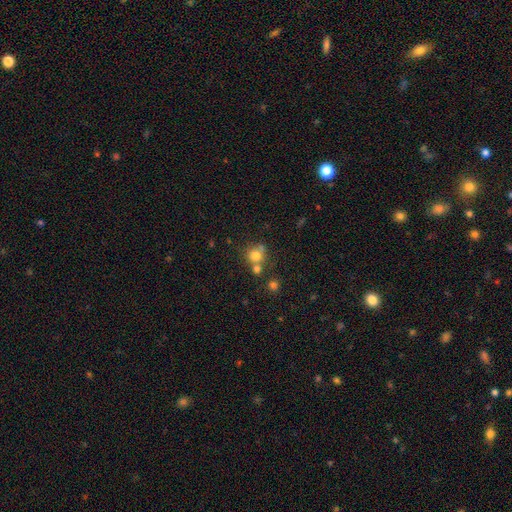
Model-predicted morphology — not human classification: Smooth or featured? Predicted: smooth (p=0.75). How rounded? Predicted: round (p=0.86). Merging? Predicted: none (p=0.52).